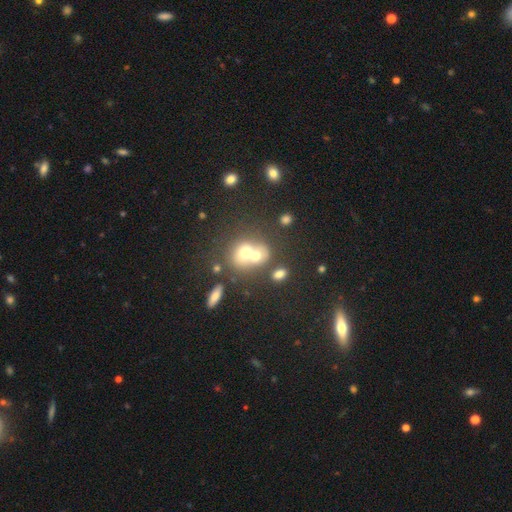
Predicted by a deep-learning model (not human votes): smooth 63%, featured or disk 23%, star or artifact 15%. Down the decision tree: how rounded — round (59%); merging — merger (61%).